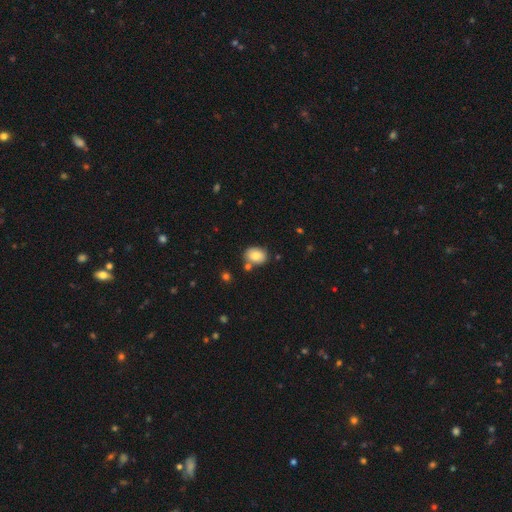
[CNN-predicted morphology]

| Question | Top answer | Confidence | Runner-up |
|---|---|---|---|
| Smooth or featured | smooth | 82% | featured or disk (9%) |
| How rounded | in between | 63% | round (36%) |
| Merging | none | 74% | minor disturbance (13%) |